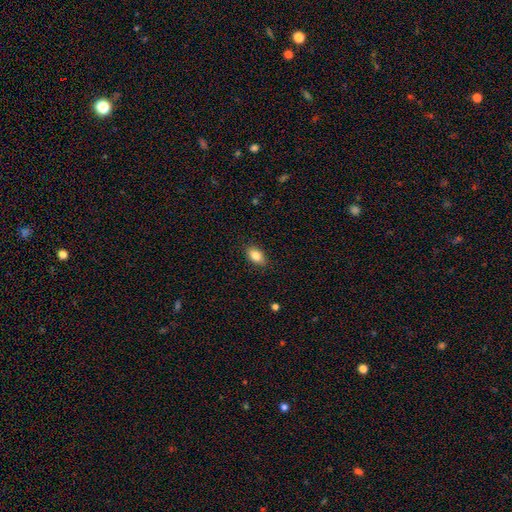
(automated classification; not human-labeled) Q: Smooth or featured?
A: smooth (84%); runner-up: featured or disk (8%)
Q: How rounded?
A: in between (89%); runner-up: round (9%)
Q: Merging?
A: none (87%); runner-up: minor disturbance (10%)